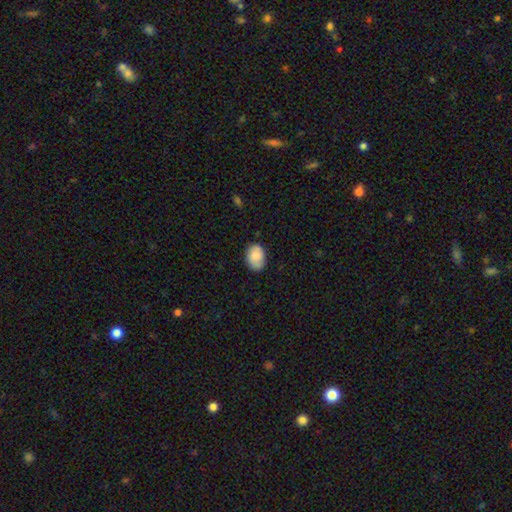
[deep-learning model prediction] A smooth galaxy with no disk features (83%) that is in between round and cigar-shaped (78%).

Vote fractions:
- Smooth or featured? smooth: 83% / featured or disk: 10% / star or artifact: 7%
- How rounded? in between: 78% / round: 21% / cigar-shaped: 1%
- Merging? none: 76% / minor disturbance: 19% / major disturbance: 3% / merger: 1%